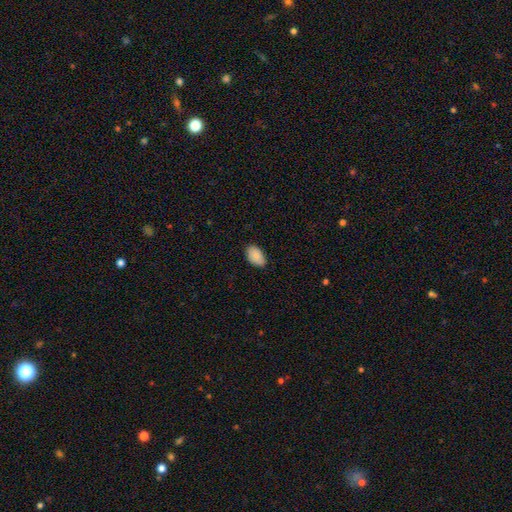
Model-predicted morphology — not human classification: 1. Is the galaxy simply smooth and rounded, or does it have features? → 89% smooth, 7% star or artifact, 5% featured or disk.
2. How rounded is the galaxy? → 93% in between, 6% round, 1% cigar-shaped.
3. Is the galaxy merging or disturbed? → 81% none, 15% minor disturbance, 2% major disturbance, 1% merger.